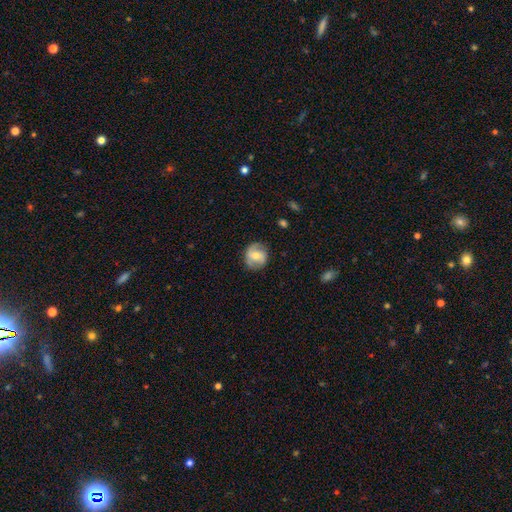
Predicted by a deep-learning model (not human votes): smooth-or-featured: smooth: 47% | featured or disk: 46% | star or artifact: 7%
  merging: none: 75% | minor disturbance: 18% | major disturbance: 5% | merger: 1%